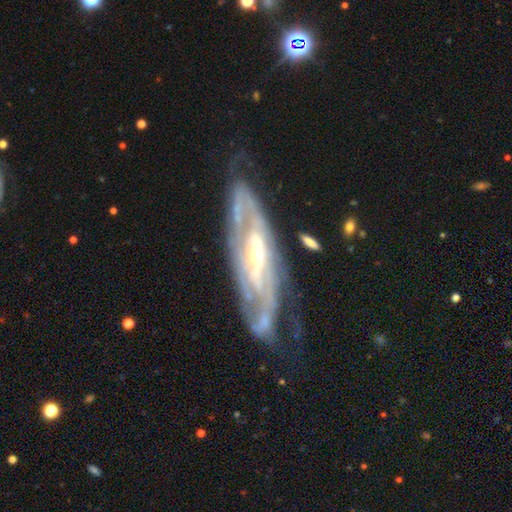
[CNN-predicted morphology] featured or disk 87%, smooth 8%, star or artifact 5%. Down the decision tree: edge-on disk — no (81%); bar — strong (34%); spiral arms — yes (88%); spiral arm count — can't tell (39%); spiral winding — tight (59%); bulge size — small (54%); merging — none (68%).